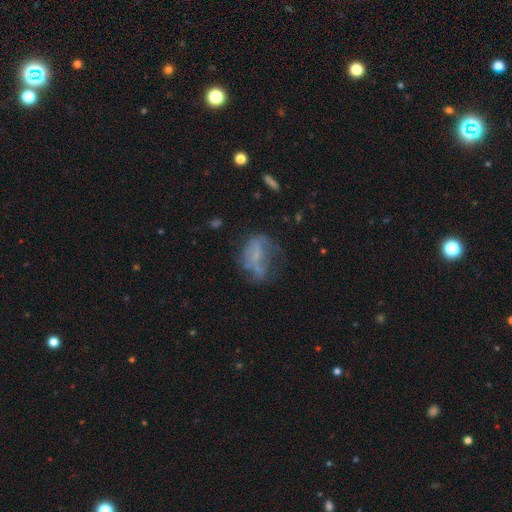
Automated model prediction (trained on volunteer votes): Smooth or featured? featured or disk (45%)
Merging? major disturbance (34%, tied with none)